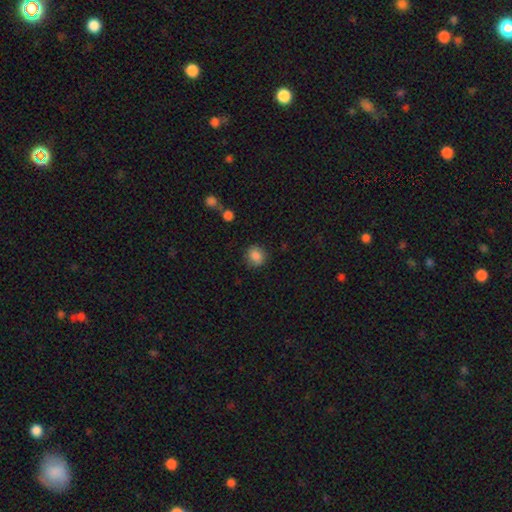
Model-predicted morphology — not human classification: type=smooth (86%); roundness=round (76%); merging=none (84%).